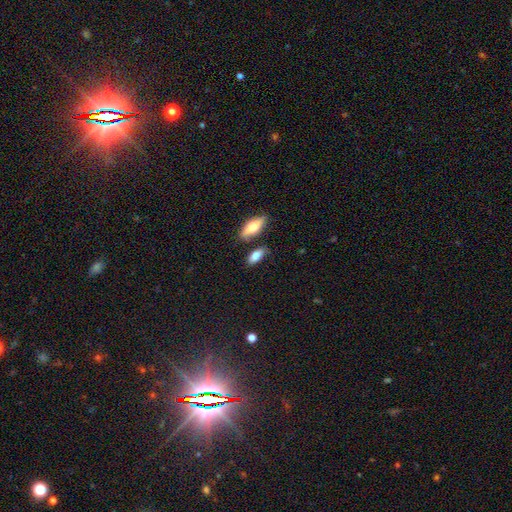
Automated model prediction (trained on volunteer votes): Q: Smooth or featured?
A: smooth (80%); runner-up: featured or disk (13%)
Q: How rounded?
A: in between (83%); runner-up: cigar-shaped (13%)
Q: Merging?
A: none (65%); runner-up: minor disturbance (16%)